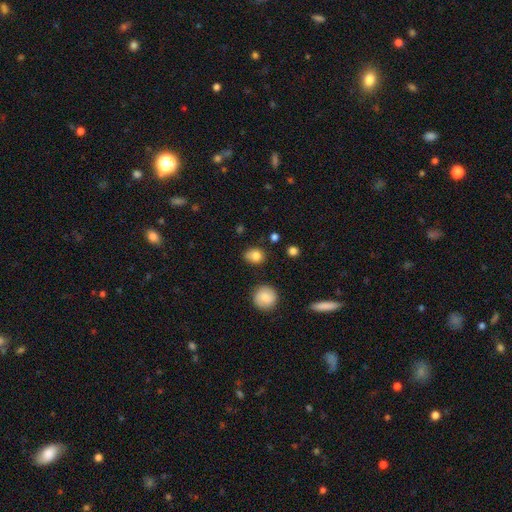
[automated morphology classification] smooth_or_featured: smooth (p=0.81) [alt: star or artifact p=0.10]
how_rounded: round (p=0.60) [alt: in between p=0.38]
merging: none (p=0.79) [alt: minor disturbance p=0.15]